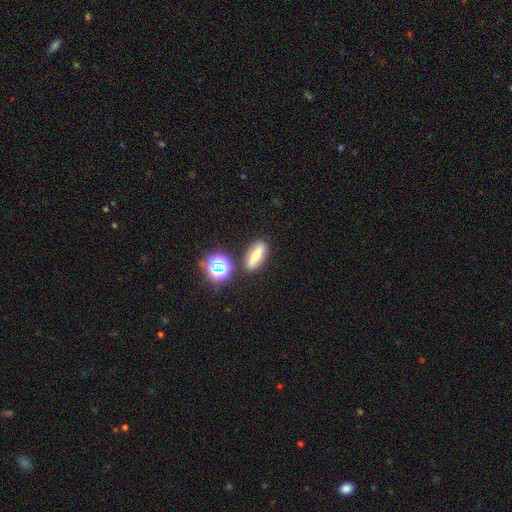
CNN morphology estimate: Smooth or featured: smooth — 54% (featured or disk — 29%)
How rounded: in between — 57% (cigar-shaped — 32%)
Merging: none — 82% (minor disturbance — 10%)